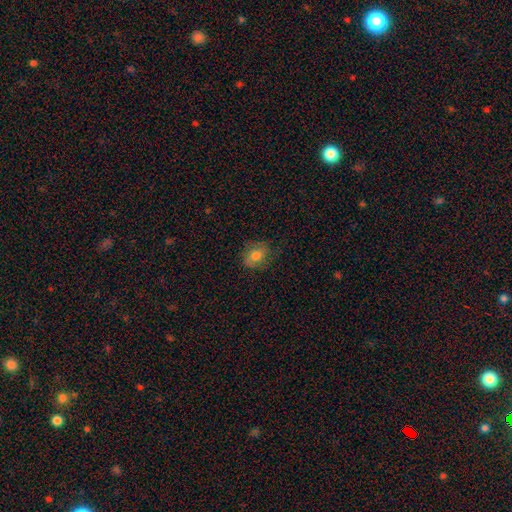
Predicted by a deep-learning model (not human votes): A smooth galaxy with no disk features (75%) that is in between round and cigar-shaped (55%). Merging: none (74%).